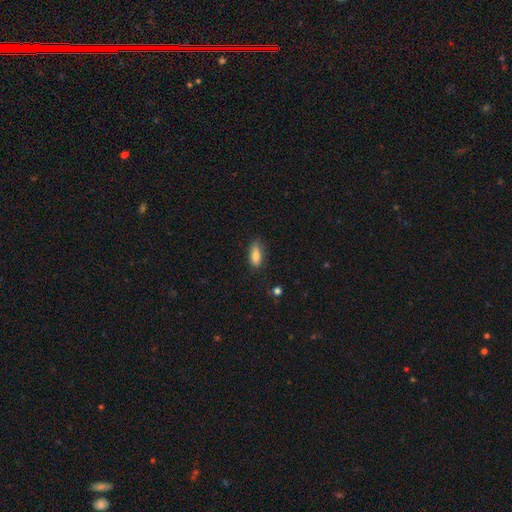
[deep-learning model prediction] This appears to be a smooth galaxy with no disk features (81%) that is in between round and cigar-shaped (74%). Merging: none (76%).